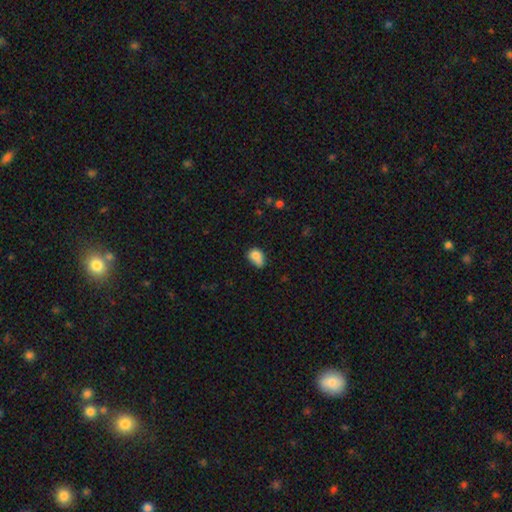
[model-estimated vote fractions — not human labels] Q: Smooth or featured?
A: smooth (80%); runner-up: featured or disk (10%)
Q: How rounded?
A: in between (71%); runner-up: round (27%)
Q: Merging?
A: minor disturbance (36%); runner-up: none (34%)